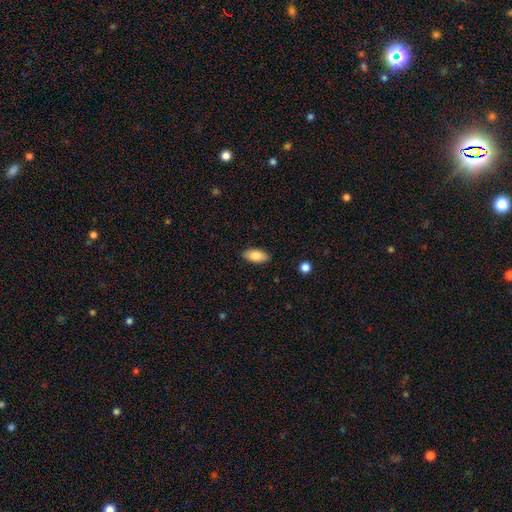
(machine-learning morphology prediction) type=smooth (83%); roundness=in between (89%); merging=none (87%).